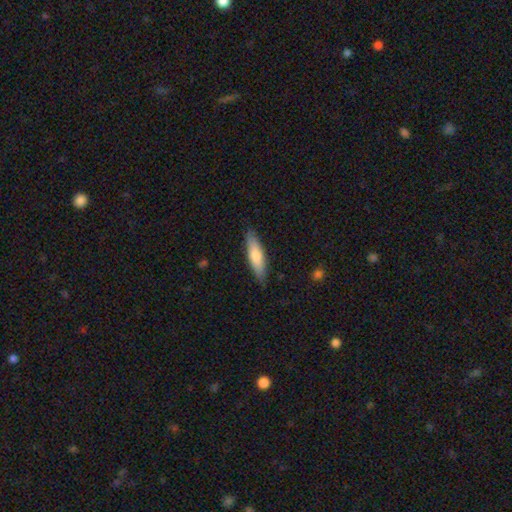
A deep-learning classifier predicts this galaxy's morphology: type=smooth (68%); roundness=cigar-shaped (67%); merging=none (85%).